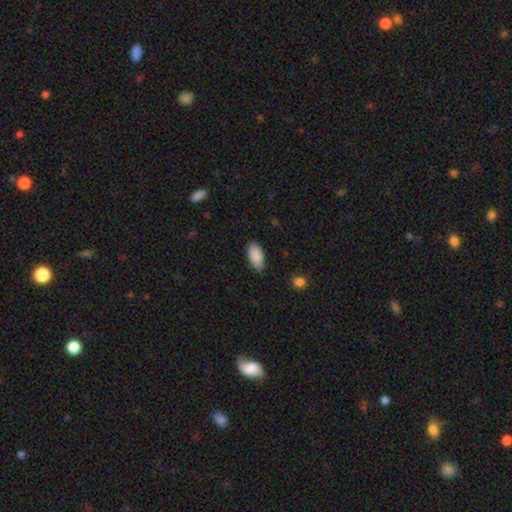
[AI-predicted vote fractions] Smooth or featured? smooth (89%)
How rounded? in between (94%)
Merging? none (79%)